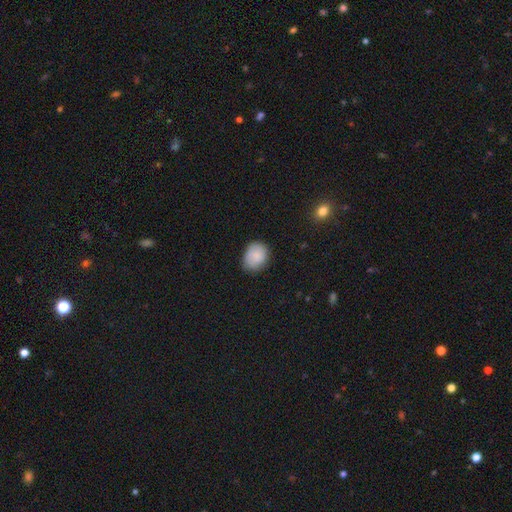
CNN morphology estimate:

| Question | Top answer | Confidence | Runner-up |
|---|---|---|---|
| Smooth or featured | smooth | 84% | featured or disk (8%) |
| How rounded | in between | 50% | round (49%) |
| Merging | none | 70% | minor disturbance (24%) |